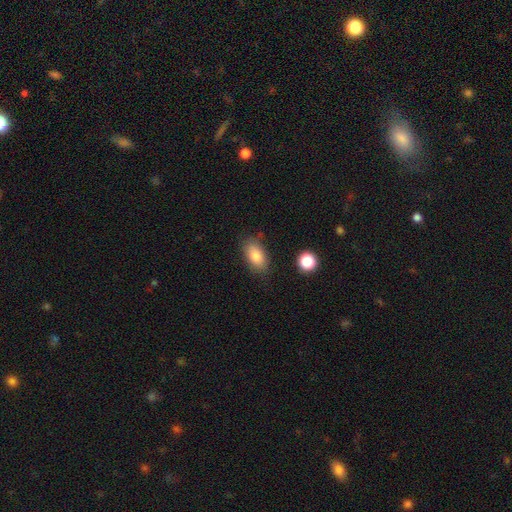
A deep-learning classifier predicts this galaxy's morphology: smooth_or_featured: smooth (p=0.84) [alt: featured or disk p=0.08]
how_rounded: in between (p=0.90) [alt: round p=0.06]
merging: none (p=0.79) [alt: minor disturbance p=0.15]